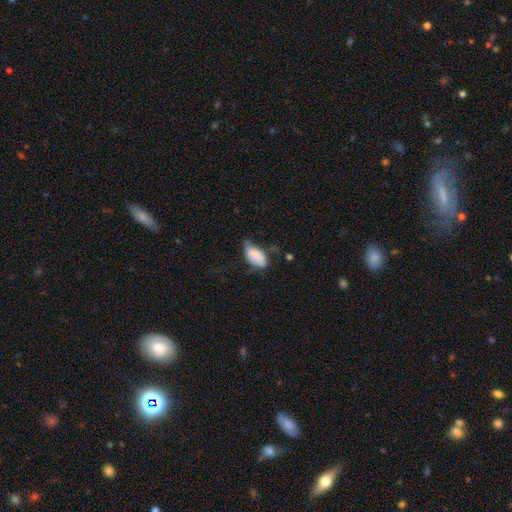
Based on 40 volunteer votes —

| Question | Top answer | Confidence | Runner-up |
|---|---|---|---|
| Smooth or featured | smooth | 82% | featured or disk (18%) |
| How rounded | in between | 100% | — |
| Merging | minor disturbance | 70% | major disturbance (15%) |